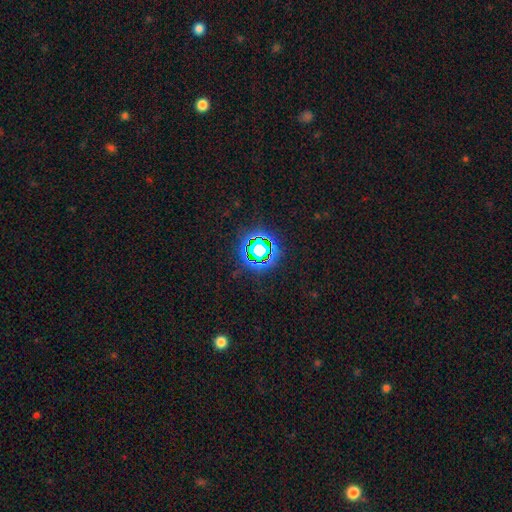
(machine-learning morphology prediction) The model was most divided on "smooth or featured": star or artifact: 76%, smooth: 16%, featured or disk: 8%.